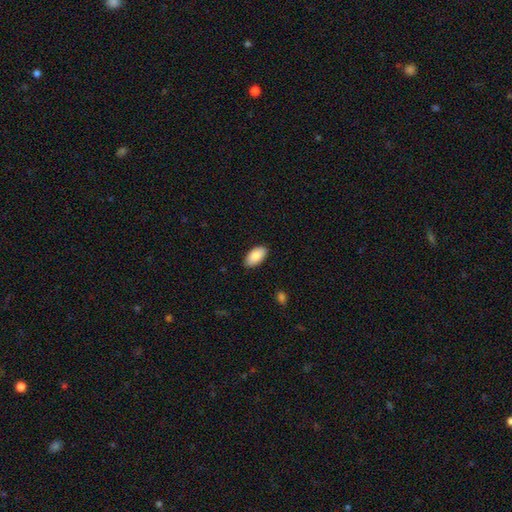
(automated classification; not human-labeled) smooth-or-featured: smooth: 87% | featured or disk: 7% | star or artifact: 6%
  how-rounded: in between: 95% | cigar-shaped: 3% | round: 2%
  merging: none: 88% | minor disturbance: 9% | major disturbance: 2% | merger: 1%